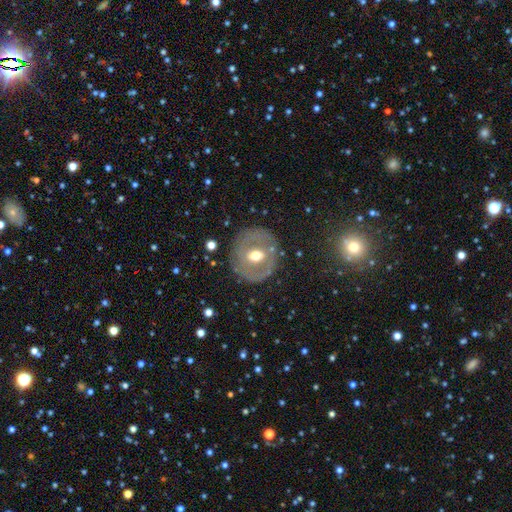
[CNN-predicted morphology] The model was most divided on "bar": no: 42%, weak: 40%, strong: 18%. More confident: edge-on disk — no (94%); merging — none (79%); bulge size — moderate (76%); spiral arms — no (74%); smooth or featured — featured or disk (56%).